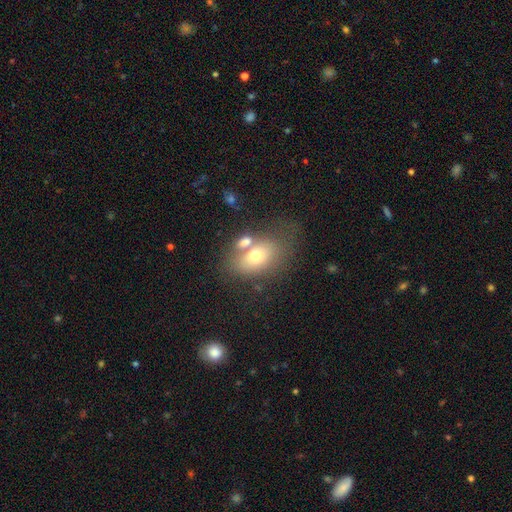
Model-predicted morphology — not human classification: Smooth or featured? Predicted: smooth (p=0.67). How rounded? Predicted: in between (p=0.81). Merging? Predicted: none (p=0.43).